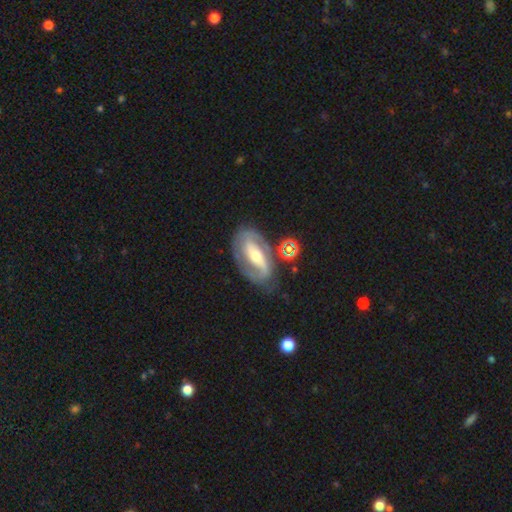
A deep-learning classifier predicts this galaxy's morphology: Q: Smooth or featured?
A: featured or disk (80%); runner-up: smooth (14%)
Q: Edge-on disk?
A: no (93%); runner-up: yes (7%)
Q: Bar?
A: strong (55%); runner-up: weak (26%)
Q: Spiral arms?
A: yes (86%); runner-up: no (14%)
Q: Spiral winding?
A: medium (43%); runner-up: tight (37%)
Q: Spiral arm count?
A: 2 (80%); runner-up: can't tell (9%)
Q: Bulge size?
A: moderate (52%); runner-up: small (38%)
Q: Merging?
A: none (70%); runner-up: minor disturbance (17%)